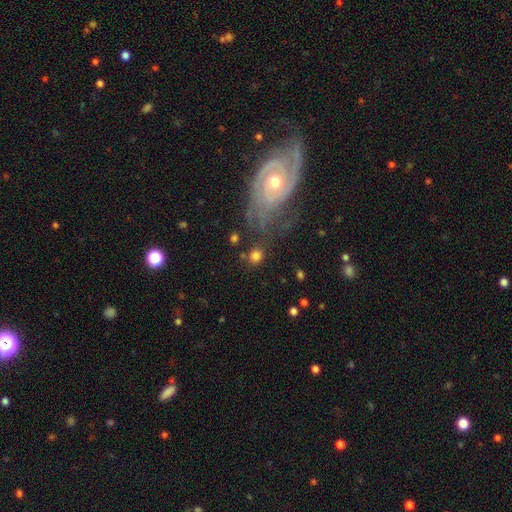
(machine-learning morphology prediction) smooth_or_featured: smooth (p=0.78) [alt: star or artifact p=0.11]
how_rounded: round (p=0.80) [alt: in between p=0.18]
merging: none (p=0.78) [alt: minor disturbance p=0.10]